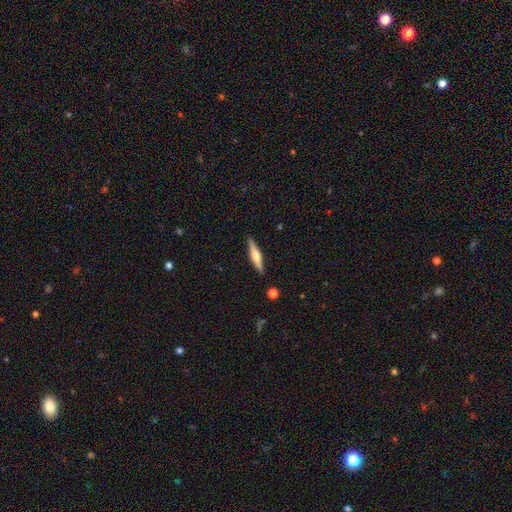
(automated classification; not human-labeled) A featured or disk galaxy (53%) viewed edge-on (96%) with a rounded central bulge (85%).

Vote fractions:
- Smooth or featured? featured or disk: 53% / smooth: 41% / star or artifact: 6%
- Edge-on disk? yes: 96% / no: 4%
- Edge-on bulge? rounded: 85% / boxy: 8% / none: 7%
- Merging? none: 90% / minor disturbance: 7% / major disturbance: 2% / merger: 1%